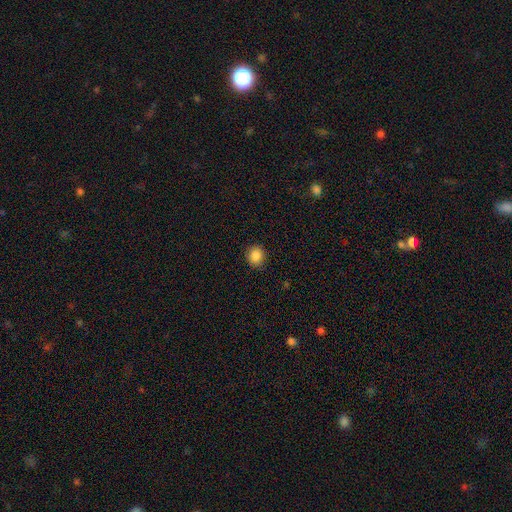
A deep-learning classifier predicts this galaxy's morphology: Smooth or featured?
  - smooth: 86% *
  - star or artifact: 10%
  - featured or disk: 4%
How rounded?
  - round: 82% *
  - in between: 17%
  - cigar-shaped: 1%
Merging?
  - none: 90% *
  - minor disturbance: 7%
  - major disturbance: 2%
  - merger: 1%